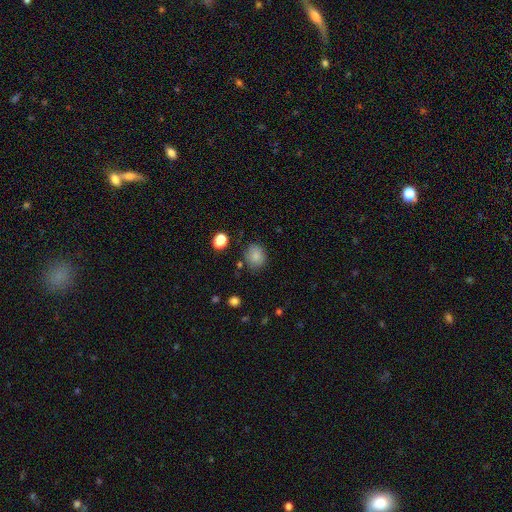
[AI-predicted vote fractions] Smooth or featured? Predicted: smooth (p=0.84). How rounded? Predicted: round (p=0.66). Merging? Predicted: none (p=0.77).